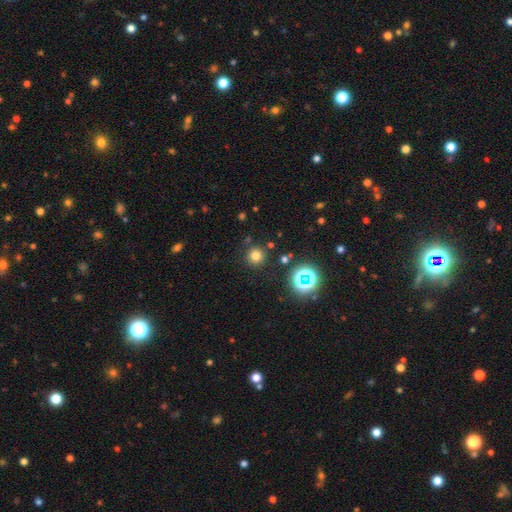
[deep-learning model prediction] Q: Smooth or featured?
A: smooth (73%); runner-up: star or artifact (20%)
Q: How rounded?
A: round (95%); runner-up: in between (4%)
Q: Merging?
A: none (87%); runner-up: minor disturbance (7%)